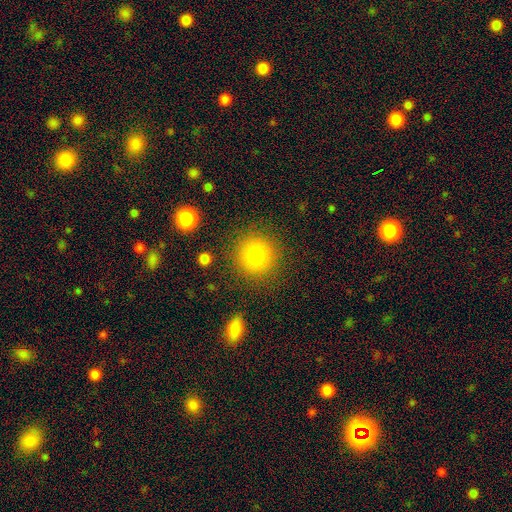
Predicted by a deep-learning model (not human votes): smooth_or_featured: smooth (p=0.81) [alt: star or artifact p=0.11]
how_rounded: round (p=0.93) [alt: in between p=0.06]
merging: none (p=0.87) [alt: minor disturbance p=0.07]